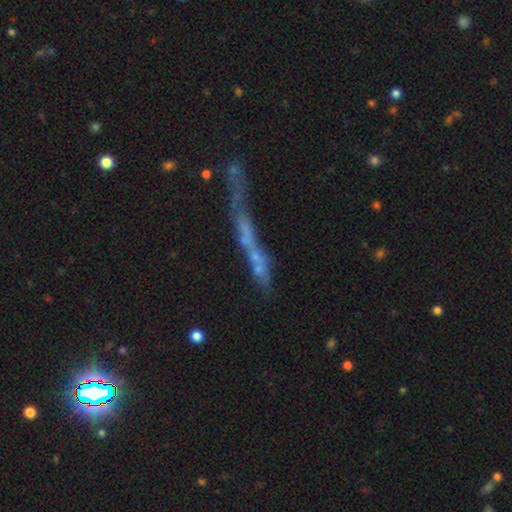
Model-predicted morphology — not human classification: The model was most divided on "merging": none: 37%, merger: 24%, major disturbance: 22%, minor disturbance: 18%. Remaining: smooth or featured — featured or disk (48%).